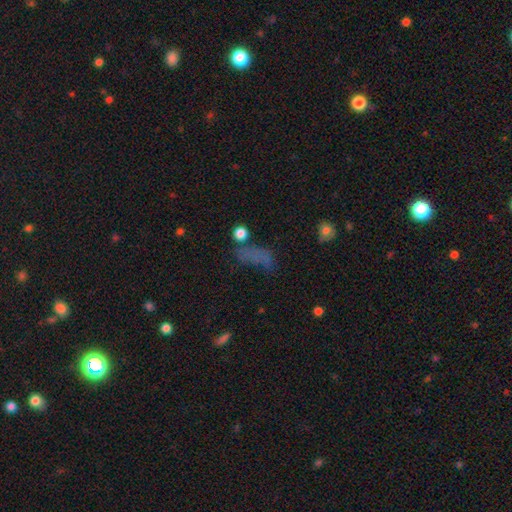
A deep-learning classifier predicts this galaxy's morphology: A smooth galaxy with no disk features (52%) that is in between round and cigar-shaped (66%). Merging: none (40%).